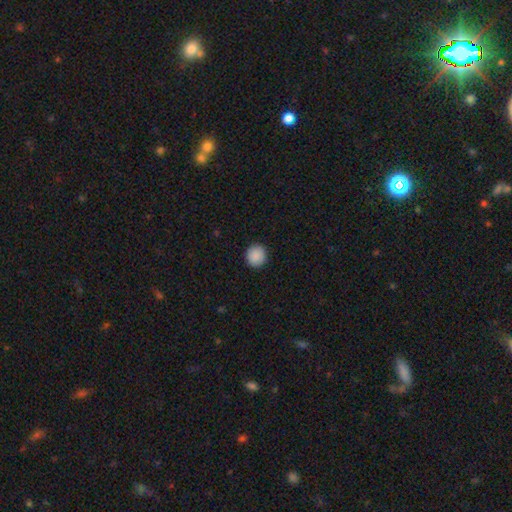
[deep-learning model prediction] Smooth or featured? smooth (90%)
How rounded? round (89%)
Merging? none (91%)